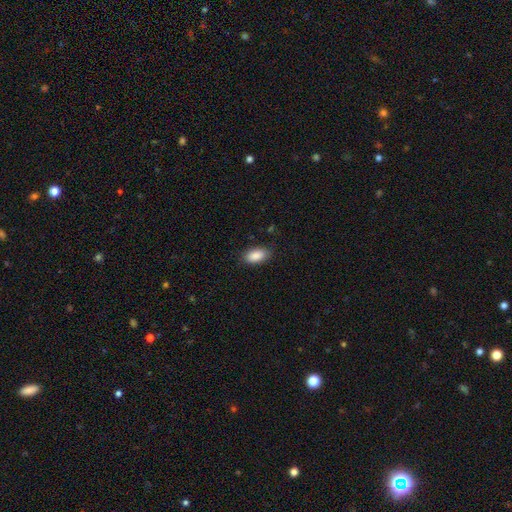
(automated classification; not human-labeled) Morphology: type=smooth (89%); roundness=in between (93%); merging=none (85%).